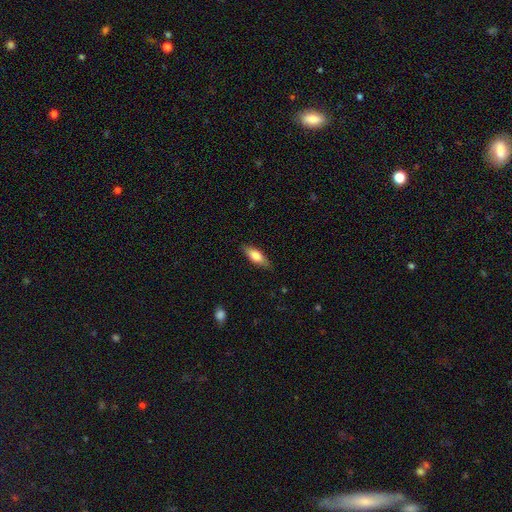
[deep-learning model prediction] Smooth or featured?
  - smooth: 72% *
  - featured or disk: 21%
  - star or artifact: 6%
How rounded?
  - in between: 62% *
  - cigar-shaped: 36%
  - round: 2%
Merging?
  - none: 83% *
  - minor disturbance: 14%
  - major disturbance: 3%
  - merger: 1%